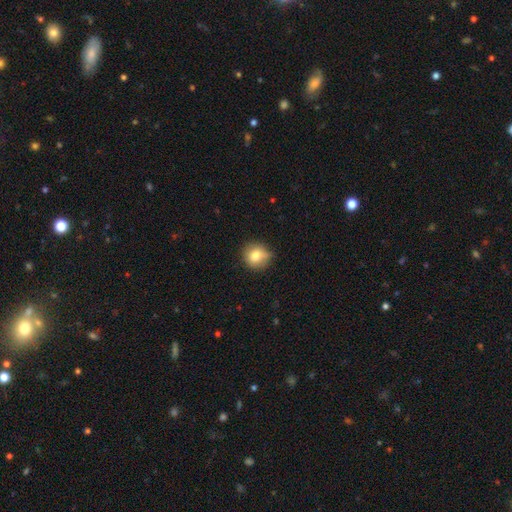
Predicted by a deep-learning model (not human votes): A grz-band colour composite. It shows a smooth galaxy with no disk features (79%) that is round (89%). Merging: none (76%).